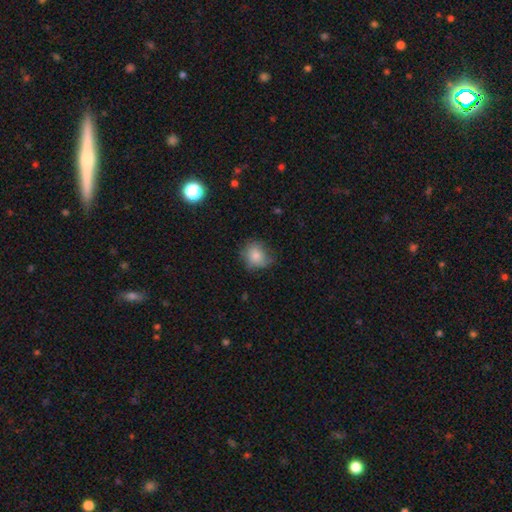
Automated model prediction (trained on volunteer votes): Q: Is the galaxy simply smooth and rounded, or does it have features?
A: smooth — 79%.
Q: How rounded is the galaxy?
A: round — 71%.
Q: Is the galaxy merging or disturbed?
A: none — 63%.